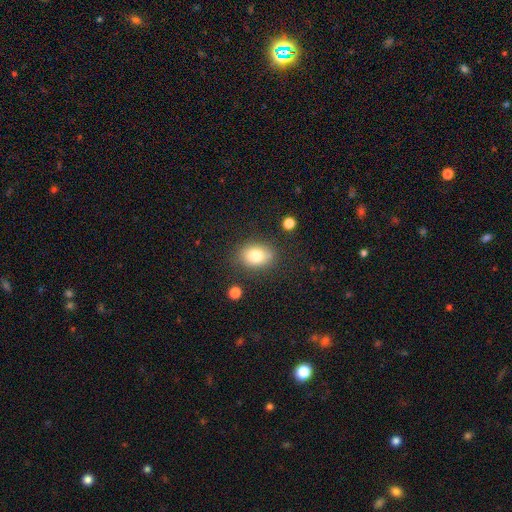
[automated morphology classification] smooth 79%, featured or disk 11%, star or artifact 10%. Down the decision tree: how rounded — in between (66%); merging — none (79%).